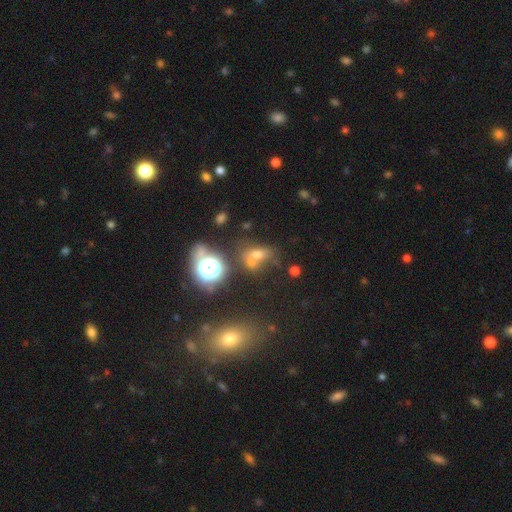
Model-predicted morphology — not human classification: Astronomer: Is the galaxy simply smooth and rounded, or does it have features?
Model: smooth — 52% (runner-up: star or artifact, 32%).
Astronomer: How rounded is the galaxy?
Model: in between — 60% (runner-up: round, 36%).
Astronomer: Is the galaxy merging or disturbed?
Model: none — 41% (runner-up: merger, 36%).